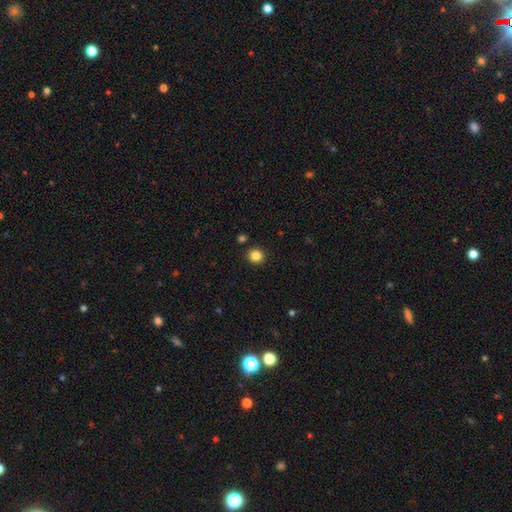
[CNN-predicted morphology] type=smooth (85%); roundness=round (90%); merging=none (90%).